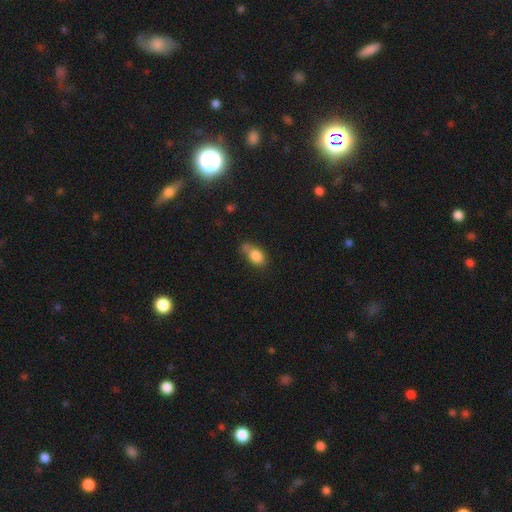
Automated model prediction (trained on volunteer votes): smooth_or_featured: smooth (p=0.83) [alt: star or artifact p=0.09]
how_rounded: in between (p=0.78) [alt: round p=0.19]
merging: none (p=0.48) [alt: minor disturbance p=0.25]